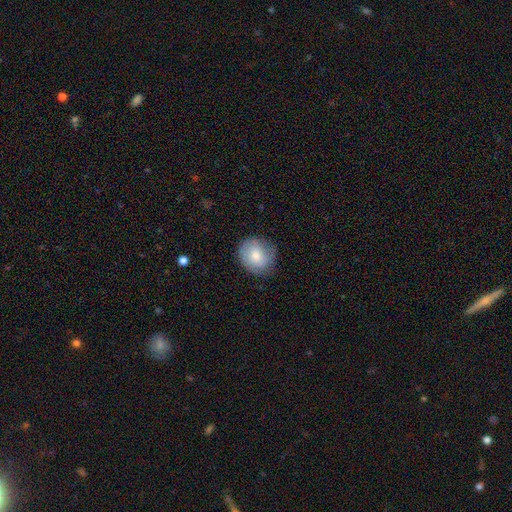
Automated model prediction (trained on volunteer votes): smooth 71%, featured or disk 22%, star or artifact 7%. Down the decision tree: how rounded — round (74%); merging — none (74%).